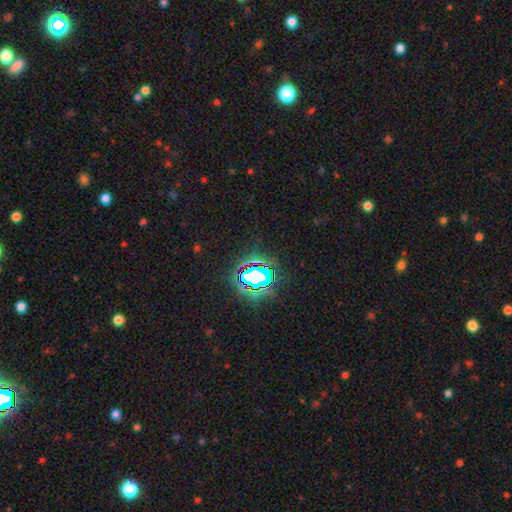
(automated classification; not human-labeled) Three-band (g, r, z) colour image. It shows a star or artifact, not a galaxy (78%).